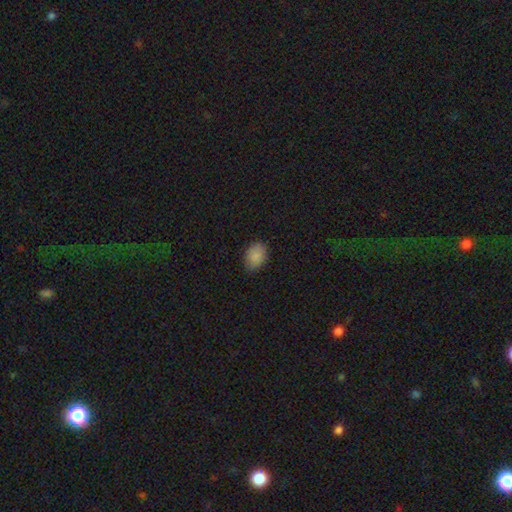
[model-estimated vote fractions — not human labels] Smooth or featured: smooth — 87% (star or artifact — 8%)
How rounded: in between — 75% (round — 24%)
Merging: none — 83% (minor disturbance — 14%)